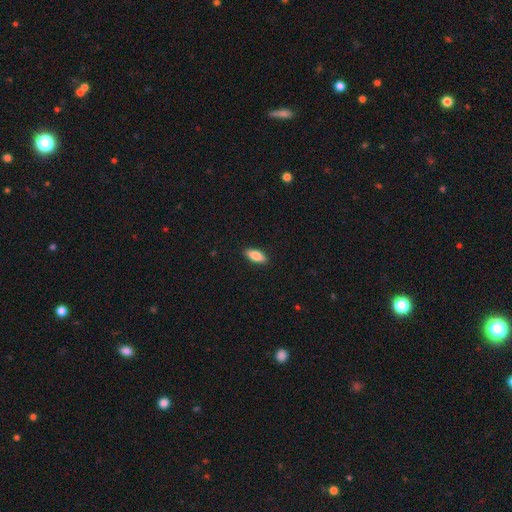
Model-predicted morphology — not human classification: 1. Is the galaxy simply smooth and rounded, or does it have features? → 82% smooth, 12% featured or disk, 6% star or artifact.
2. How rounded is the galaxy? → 80% in between, 18% cigar-shaped, 2% round.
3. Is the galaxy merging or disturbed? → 90% none, 8% minor disturbance, 2% major disturbance, 1% merger.